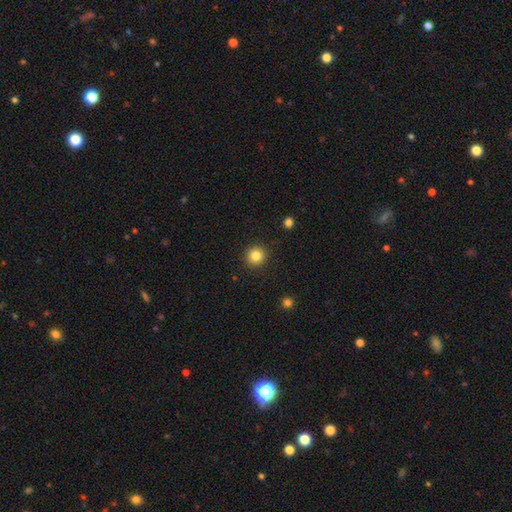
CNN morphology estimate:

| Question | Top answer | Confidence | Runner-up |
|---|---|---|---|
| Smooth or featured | smooth | 84% | star or artifact (11%) |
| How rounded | round | 94% | in between (5%) |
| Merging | none | 92% | minor disturbance (5%) |